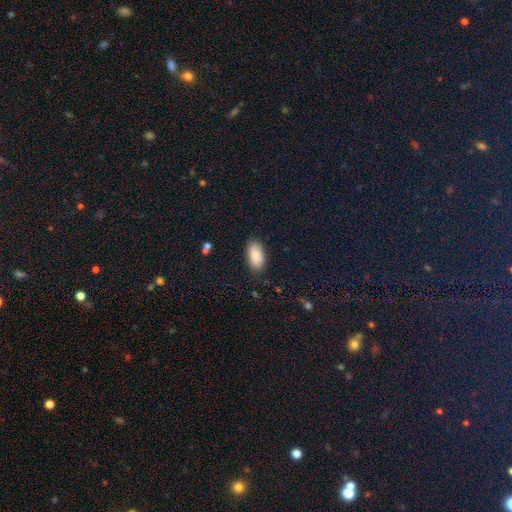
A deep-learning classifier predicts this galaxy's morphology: Smooth or featured: smooth — 87% (star or artifact — 7%)
How rounded: in between — 92% (cigar-shaped — 6%)
Merging: none — 85% (minor disturbance — 11%)